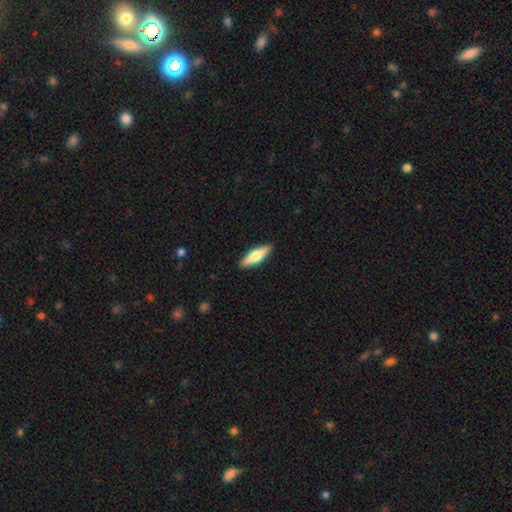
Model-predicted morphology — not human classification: The model was most divided on "smooth or featured": smooth: 53%, featured or disk: 41%, star or artifact: 5%. More confident: merging — none (90%); how rounded — cigar-shaped (57%).